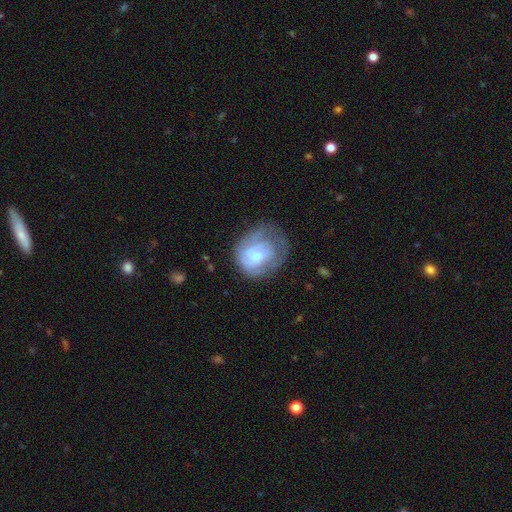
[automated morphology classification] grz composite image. It shows a featured or disk galaxy (56%) with no bar (65%), spiral arms (64%) and a moderate central bulge (51%). Merging: none (44%).